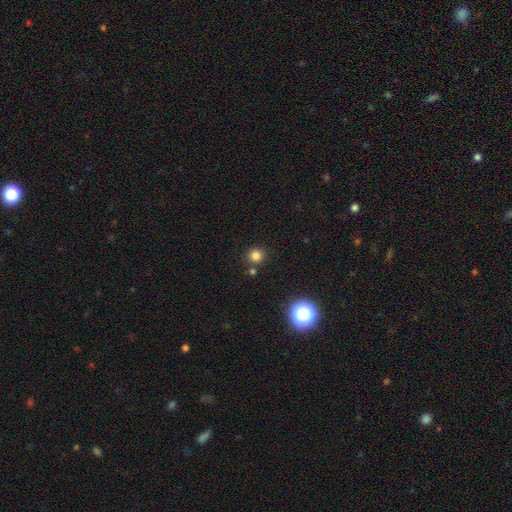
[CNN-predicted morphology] Smooth or featured? smooth (79%)
How rounded? round (91%)
Merging? none (83%)